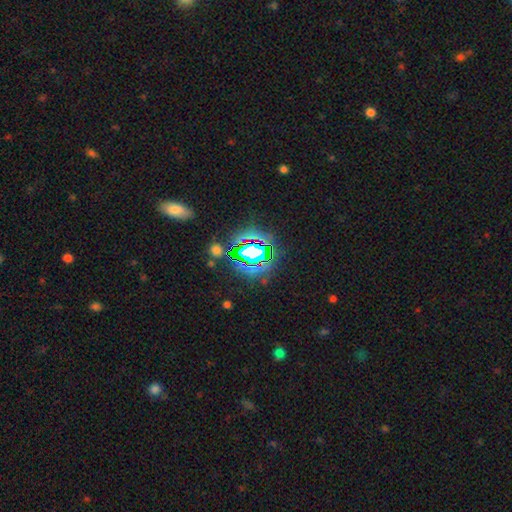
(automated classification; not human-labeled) Morphology: type=star or artifact (73%).